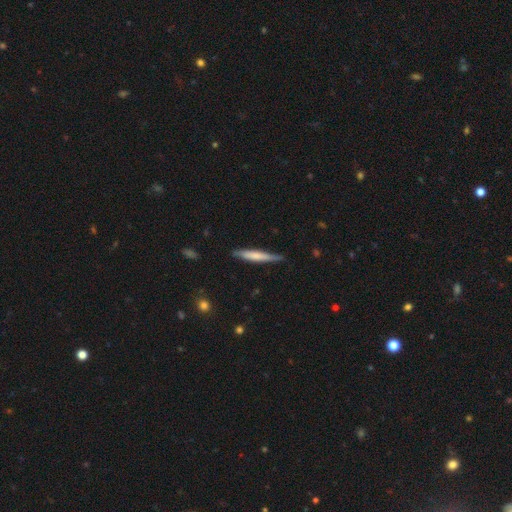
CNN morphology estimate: A smooth galaxy with no disk features (58%) that is cigar-shaped (93%).

Vote fractions:
- Smooth or featured? smooth: 58% / featured or disk: 37% / star or artifact: 5%
- How rounded? cigar-shaped: 93% / in between: 6% / round: 1%
- Merging? none: 81% / minor disturbance: 16% / major disturbance: 2% / merger: 1%